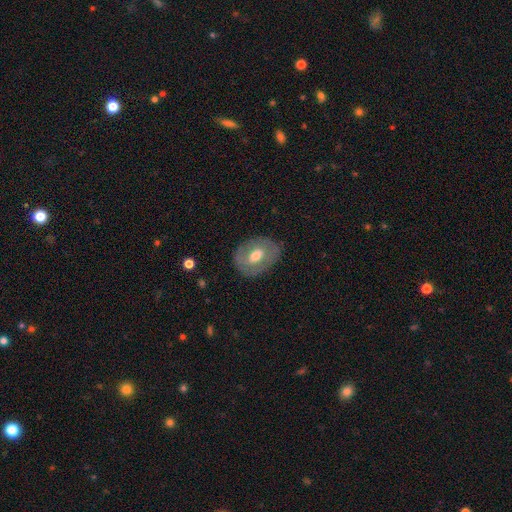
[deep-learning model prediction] Q: Smooth or featured?
A: featured or disk (49%); runner-up: smooth (44%)
Q: Merging?
A: none (79%); runner-up: minor disturbance (14%)